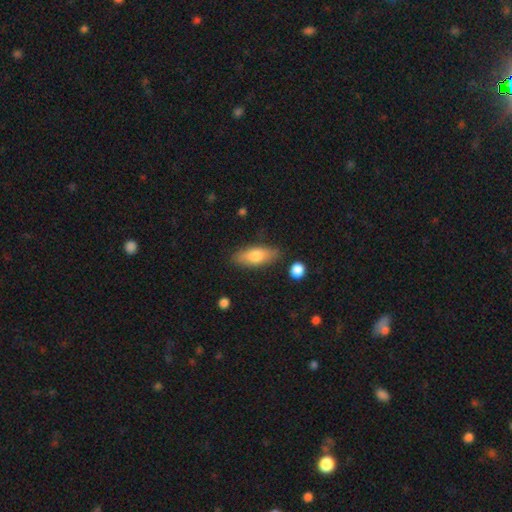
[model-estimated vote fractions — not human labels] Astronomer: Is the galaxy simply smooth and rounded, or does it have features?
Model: smooth — 71%.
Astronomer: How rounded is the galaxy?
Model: in between — 69%.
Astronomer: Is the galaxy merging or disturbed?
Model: none — 83%.